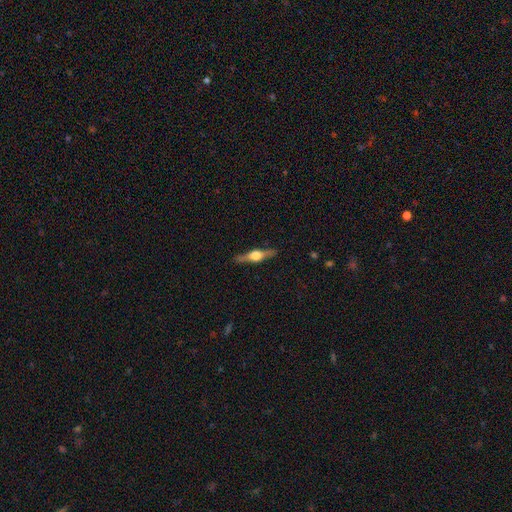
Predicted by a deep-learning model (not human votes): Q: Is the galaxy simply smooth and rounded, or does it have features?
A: featured or disk — 75%.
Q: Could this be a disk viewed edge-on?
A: yes — 97%.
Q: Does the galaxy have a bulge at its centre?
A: rounded — 94%.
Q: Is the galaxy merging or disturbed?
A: none — 90%.